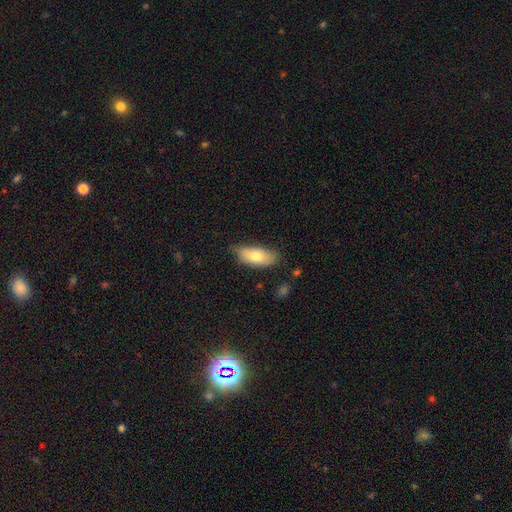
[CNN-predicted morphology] smooth 74%, featured or disk 19%, star or artifact 7%. Down the decision tree: how rounded — in between (84%); merging — none (74%).